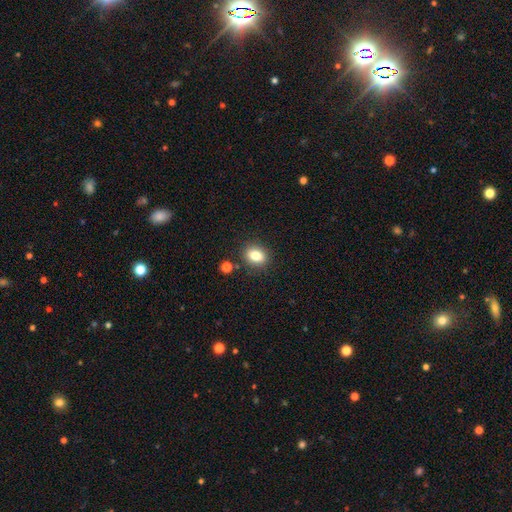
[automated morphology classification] smooth_or_featured: smooth (p=0.81) [alt: star or artifact p=0.10]
how_rounded: in between (p=0.58) [alt: round p=0.40]
merging: none (p=0.85) [alt: minor disturbance p=0.09]